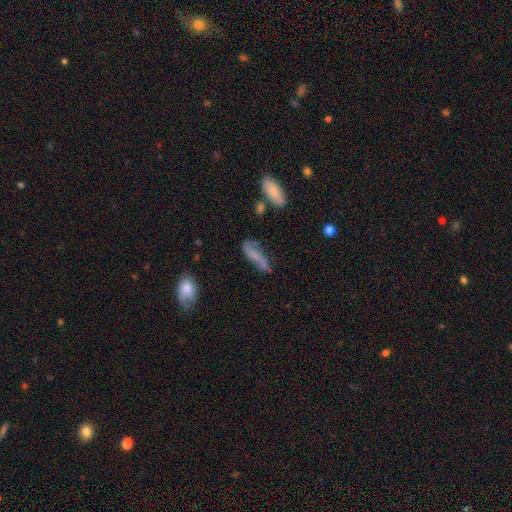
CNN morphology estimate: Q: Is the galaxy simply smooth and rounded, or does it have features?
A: featured or disk — 48%.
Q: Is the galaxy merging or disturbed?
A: none — 61%.